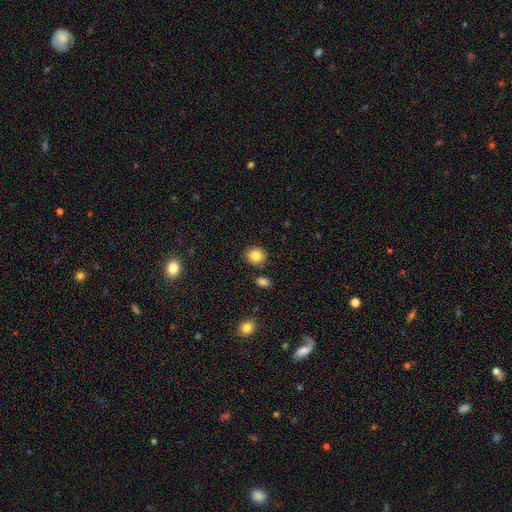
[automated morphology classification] The model was most divided on "smooth or featured": smooth: 84%, star or artifact: 10%, featured or disk: 6%. More confident: how rounded — round (88%); merging — none (86%).